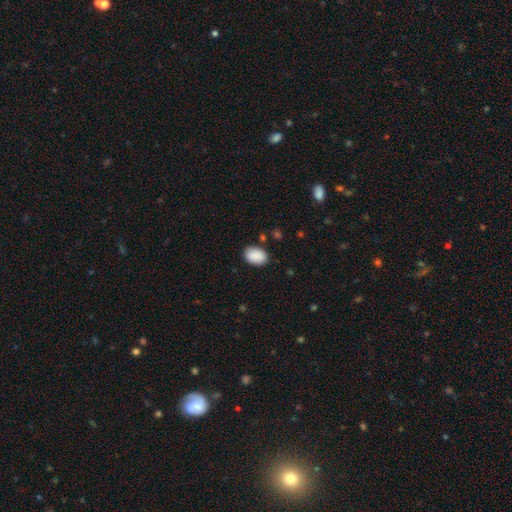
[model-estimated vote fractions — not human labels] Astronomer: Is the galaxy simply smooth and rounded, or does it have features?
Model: smooth — 90%.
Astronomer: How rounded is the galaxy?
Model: in between — 85%.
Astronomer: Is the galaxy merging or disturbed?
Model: none — 85%.